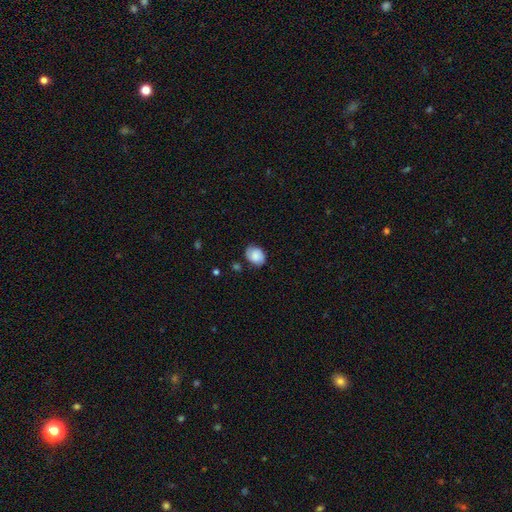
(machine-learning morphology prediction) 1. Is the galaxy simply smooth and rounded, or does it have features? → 72% smooth, 19% featured or disk, 8% star or artifact.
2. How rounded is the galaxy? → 59% in between, 40% round, 1% cigar-shaped.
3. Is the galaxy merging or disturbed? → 73% none, 21% minor disturbance, 4% major disturbance, 2% merger.